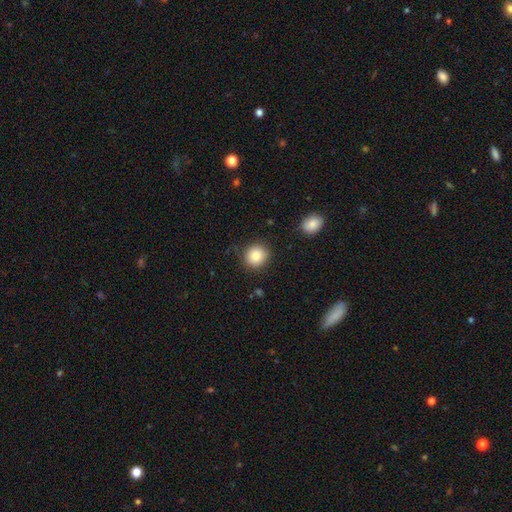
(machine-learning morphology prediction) smooth_or_featured: smooth (p=0.84) [alt: star or artifact p=0.09]
how_rounded: round (p=0.88) [alt: in between p=0.11]
merging: none (p=0.86) [alt: minor disturbance p=0.09]